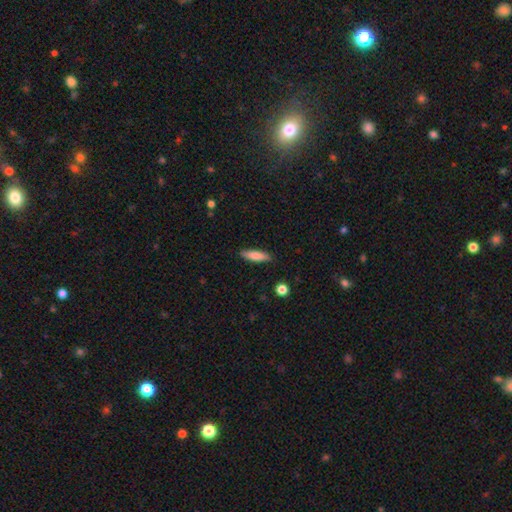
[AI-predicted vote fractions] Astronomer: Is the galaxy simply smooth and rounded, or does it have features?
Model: smooth — 81%.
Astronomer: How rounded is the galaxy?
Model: cigar-shaped — 66%.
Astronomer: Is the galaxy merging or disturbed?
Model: none — 87%.